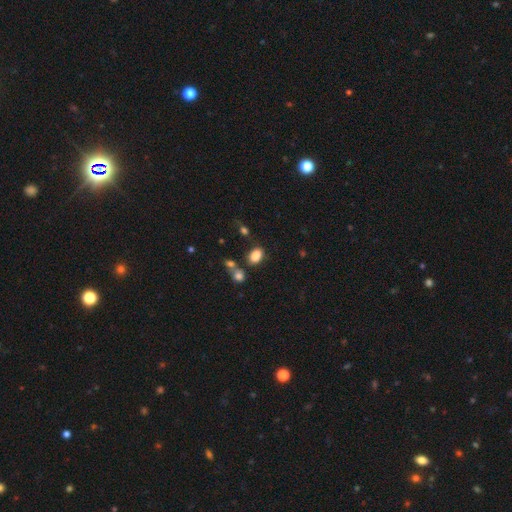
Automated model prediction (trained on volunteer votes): Morphology: type=smooth (85%); roundness=in between (82%); merging=none (68%).